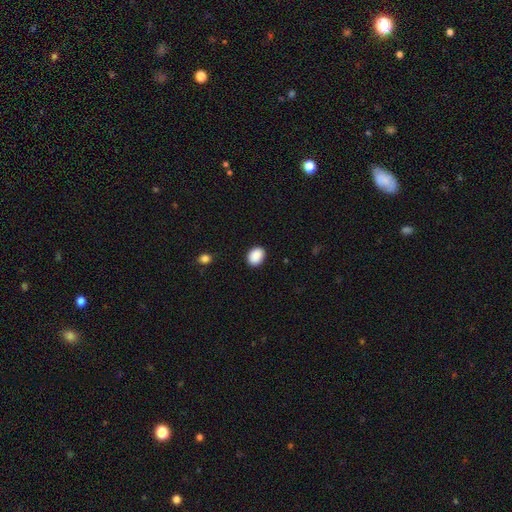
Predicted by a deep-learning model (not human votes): Overall: smooth (90%). How rounded: in between (66%; round 33%). Merging: none (88%).